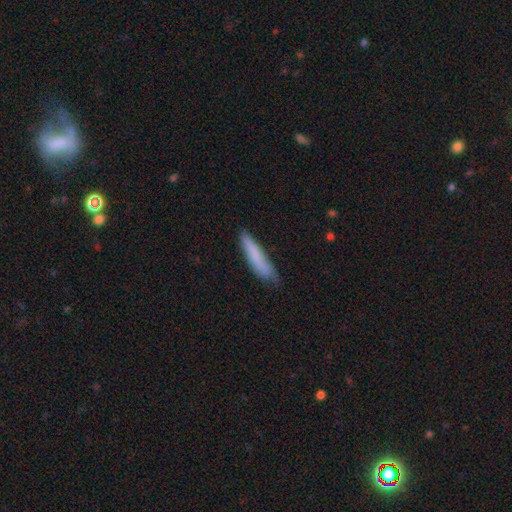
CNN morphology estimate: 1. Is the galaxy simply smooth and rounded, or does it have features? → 79% smooth, 14% featured or disk, 6% star or artifact.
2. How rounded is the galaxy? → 87% cigar-shaped, 12% in between, 1% round.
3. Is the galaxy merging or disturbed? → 70% none, 24% minor disturbance, 4% major disturbance, 2% merger.